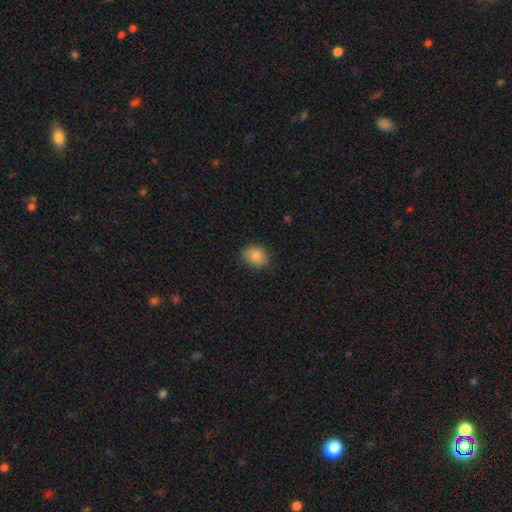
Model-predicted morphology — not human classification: Overall: smooth (84%). How rounded: in between (50%; round 49%). Merging: none (85%).